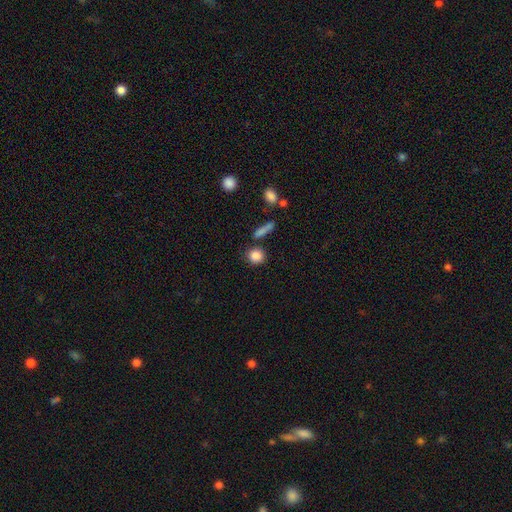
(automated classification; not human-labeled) Smooth or featured? smooth (86%)
How rounded? round (82%)
Merging? none (77%)